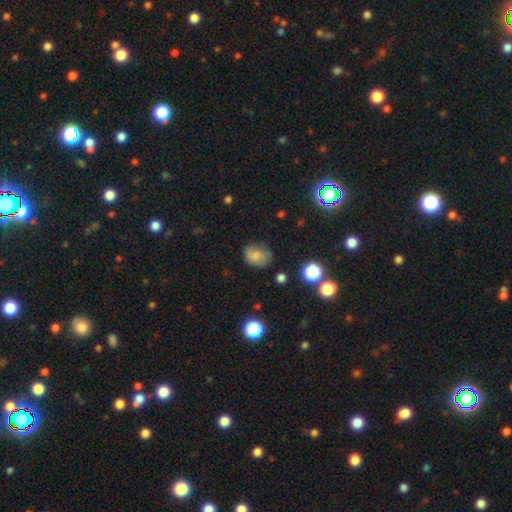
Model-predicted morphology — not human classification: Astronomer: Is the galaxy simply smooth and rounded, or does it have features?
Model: smooth — 74%.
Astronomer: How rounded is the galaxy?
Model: in between — 52% (runner-up: round, 47%).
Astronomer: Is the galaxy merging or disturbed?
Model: none — 66%.